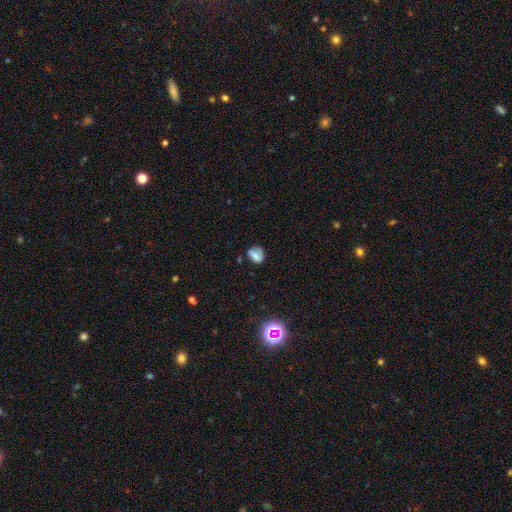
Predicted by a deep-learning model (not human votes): The model was most divided on "how rounded": in between: 54%, round: 45%, cigar-shaped: 2%. More confident: smooth or featured — smooth (70%); merging — none (57%).